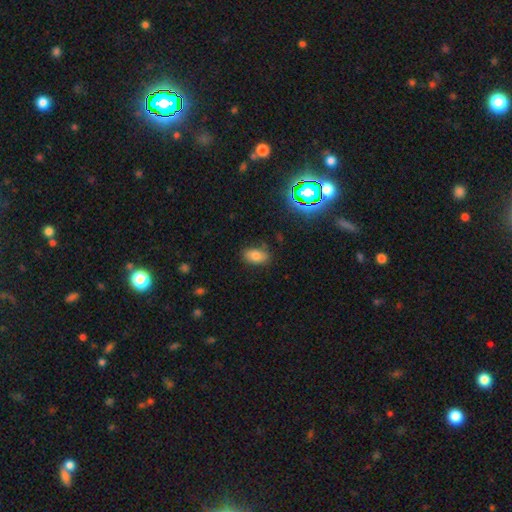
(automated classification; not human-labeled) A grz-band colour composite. It shows a smooth galaxy with no disk features (76%) that is in between round and cigar-shaped (90%). Merging: none (80%).